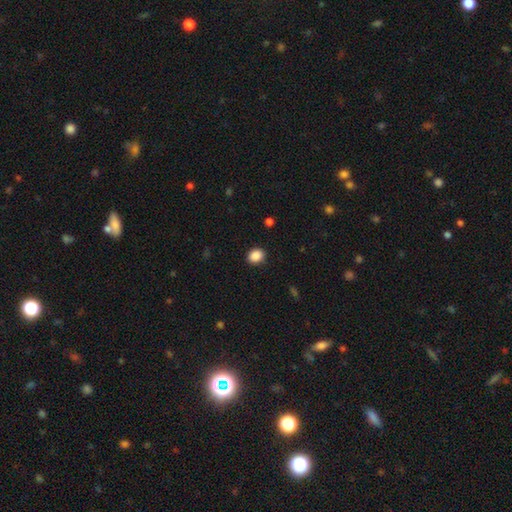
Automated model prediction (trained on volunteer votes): Smooth or featured?
  - smooth: 88% *
  - star or artifact: 9%
  - featured or disk: 3%
How rounded?
  - in between: 52% *
  - round: 48%
  - cigar-shaped: 1%
Merging?
  - none: 88% *
  - minor disturbance: 9%
  - major disturbance: 2%
  - merger: 1%